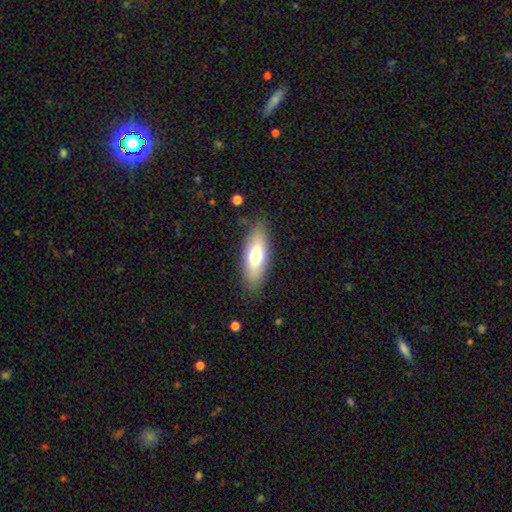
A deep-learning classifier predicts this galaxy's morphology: A smooth galaxy with no disk features (68%) that is in between round and cigar-shaped (69%). Merging: none (84%).